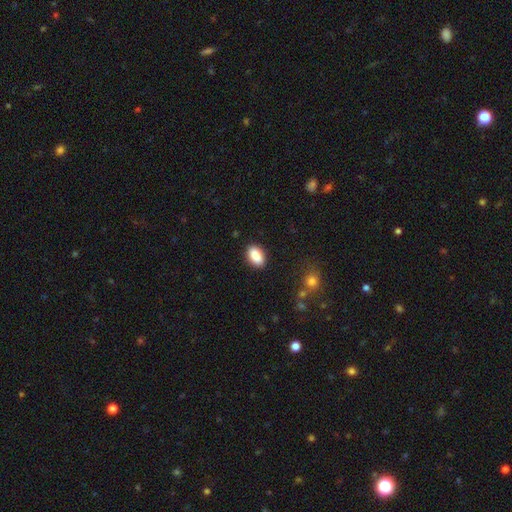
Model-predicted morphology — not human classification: smooth_or_featured: smooth (p=0.88) [alt: star or artifact p=0.07]
how_rounded: in between (p=0.90) [alt: round p=0.07]
merging: none (p=0.87) [alt: minor disturbance p=0.10]